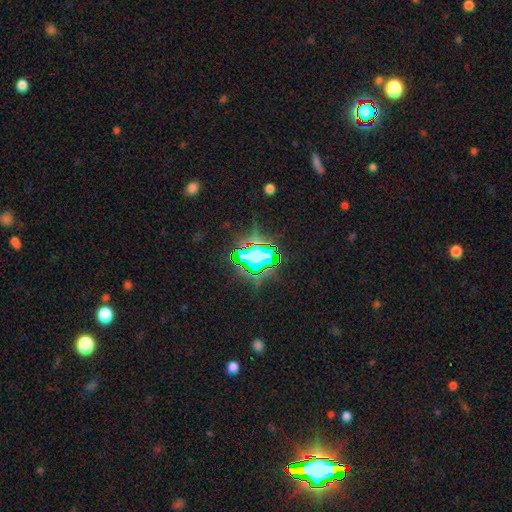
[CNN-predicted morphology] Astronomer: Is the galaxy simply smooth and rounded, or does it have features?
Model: star or artifact — 63%.